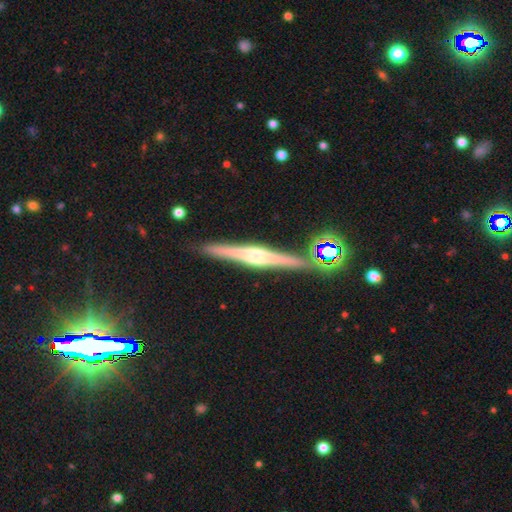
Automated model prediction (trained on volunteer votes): A featured or disk galaxy (75%) viewed edge-on (98%) with a rounded central bulge (74%).

Vote fractions:
- Smooth or featured? featured or disk: 75% / smooth: 17% / star or artifact: 8%
- Edge-on disk? yes: 98% / no: 2%
- Edge-on bulge? rounded: 74% / boxy: 20% / none: 6%
- Merging? none: 85% / minor disturbance: 8% / merger: 5% / major disturbance: 2%